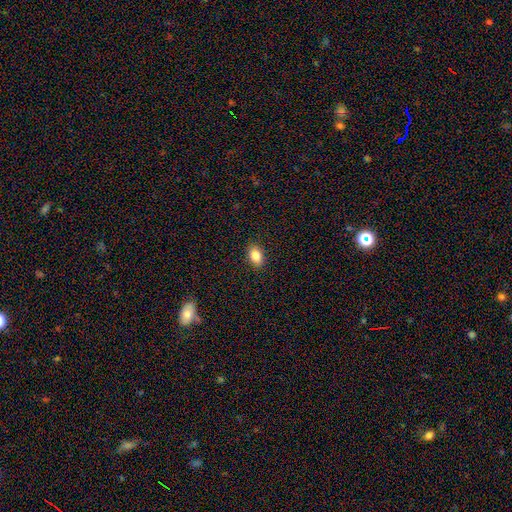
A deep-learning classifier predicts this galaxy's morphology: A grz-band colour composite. It shows a smooth galaxy with no disk features (85%) that is in between round and cigar-shaped (85%). Merging: none (89%).